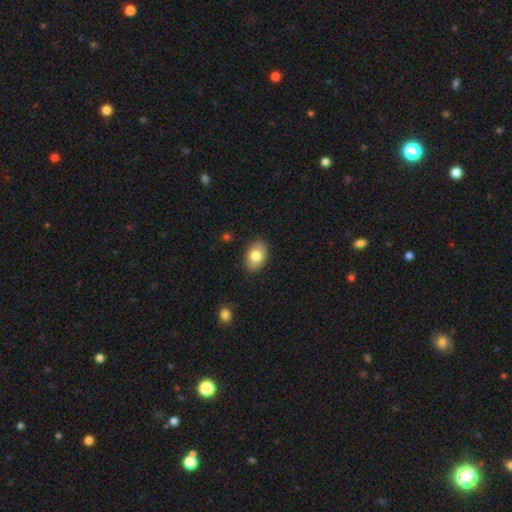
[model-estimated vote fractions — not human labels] Smooth or featured? smooth (78%)
How rounded? in between (87%)
Merging? none (87%)